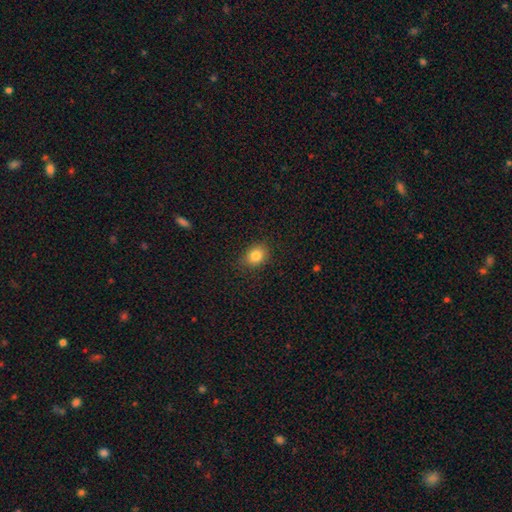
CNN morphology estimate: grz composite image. It shows a smooth galaxy with no disk features (83%) that is in between round and cigar-shaped (50%). Merging: none (83%).